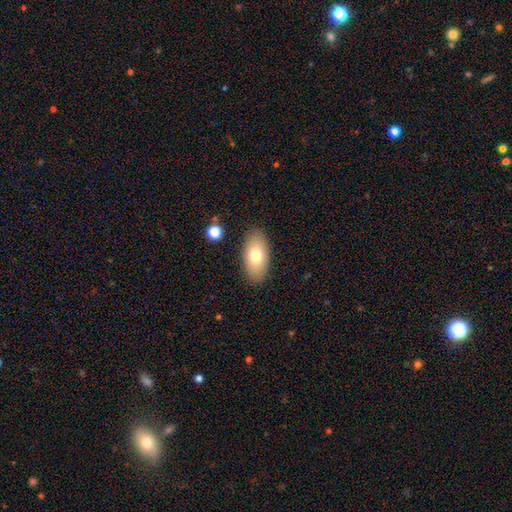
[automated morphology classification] This is likely a smooth galaxy (74%). How rounded: clearly in between (93%). Merging: clearly none (87%).